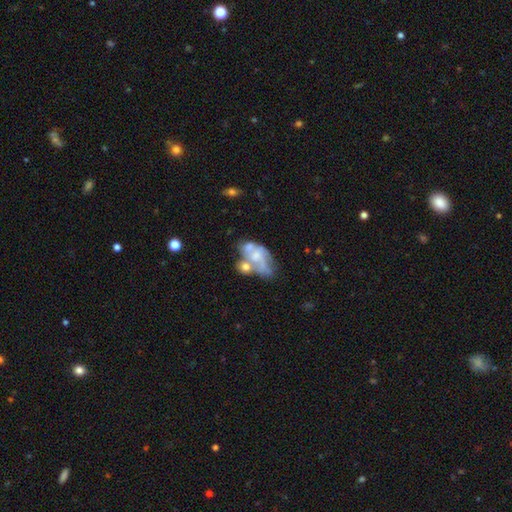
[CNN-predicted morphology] Smooth or featured? Predicted: featured or disk (p=0.63). Edge-on disk? Predicted: no (p=0.97). Bar? Predicted: no (p=0.78). Spiral arms? Predicted: no (p=0.59). Bulge size? Predicted: moderate (p=0.32). Merging? Predicted: merger (p=0.38).